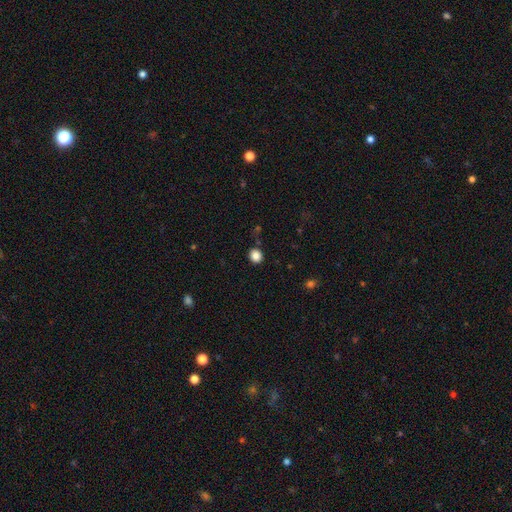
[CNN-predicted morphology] Smooth or featured?
  - smooth: 85% *
  - star or artifact: 11%
  - featured or disk: 4%
How rounded?
  - round: 81% *
  - in between: 19%
  - cigar-shaped: 1%
Merging?
  - none: 86% *
  - minor disturbance: 9%
  - merger: 3%
  - major disturbance: 3%